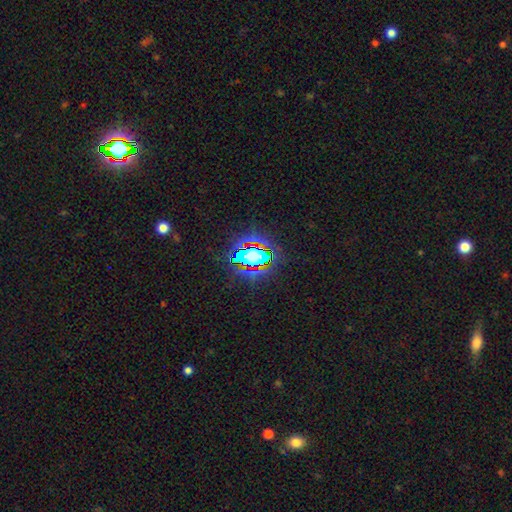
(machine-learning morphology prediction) Smooth or featured? star or artifact (64%)